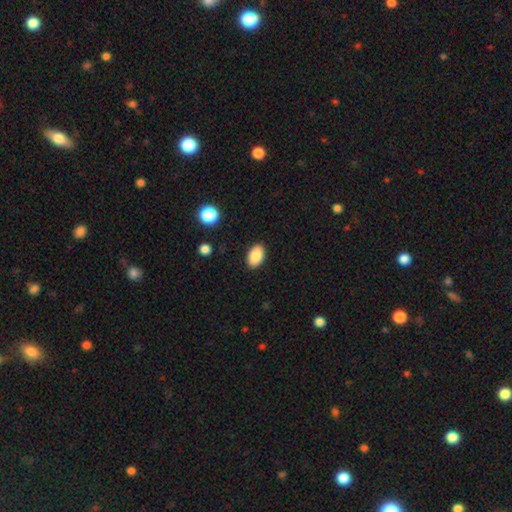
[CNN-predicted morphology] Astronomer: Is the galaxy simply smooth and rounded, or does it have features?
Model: smooth — 88%.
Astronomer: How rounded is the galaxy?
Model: in between — 90%.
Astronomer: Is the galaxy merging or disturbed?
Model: none — 88%.